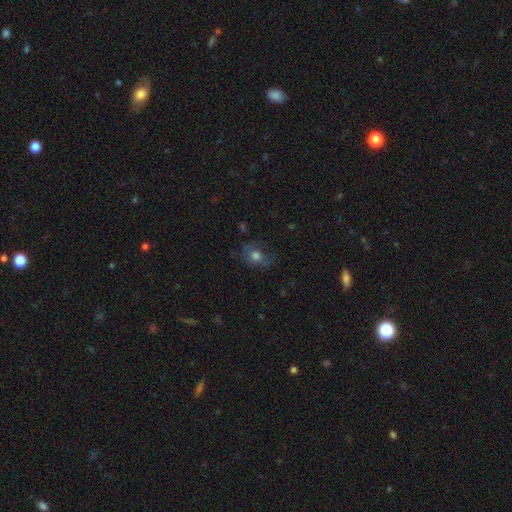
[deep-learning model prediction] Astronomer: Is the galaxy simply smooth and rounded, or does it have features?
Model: smooth — 66%.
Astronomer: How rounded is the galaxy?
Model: round — 51% (runner-up: in between, 47%).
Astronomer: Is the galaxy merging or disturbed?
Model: none — 58%.